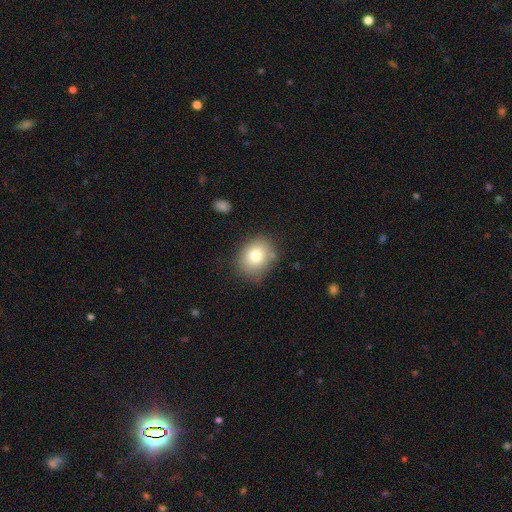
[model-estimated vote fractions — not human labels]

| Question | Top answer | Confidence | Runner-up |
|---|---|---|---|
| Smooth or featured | smooth | 75% | featured or disk (14%) |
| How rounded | round | 58% | in between (41%) |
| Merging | none | 76% | minor disturbance (17%) |